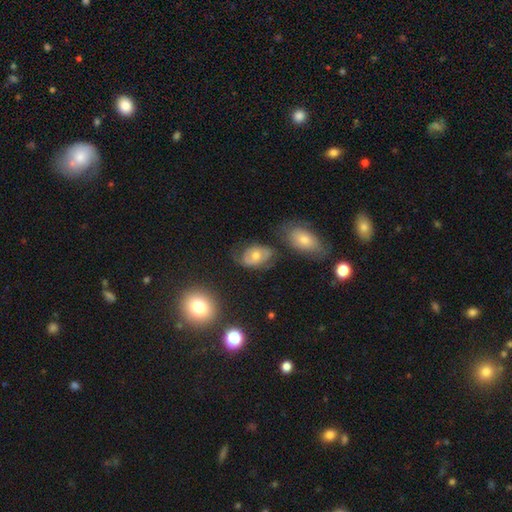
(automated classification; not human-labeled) Overall: smooth (46%; featured or disk 44%). Merging: none (52%; minor disturbance 26%).